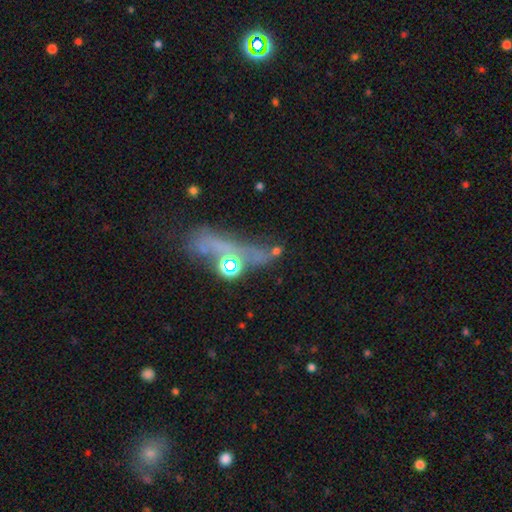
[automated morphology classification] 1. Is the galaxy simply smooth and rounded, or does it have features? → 41% featured or disk, 36% smooth, 23% star or artifact.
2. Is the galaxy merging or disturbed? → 35% major disturbance, 29% none, 22% merger, 14% minor disturbance.